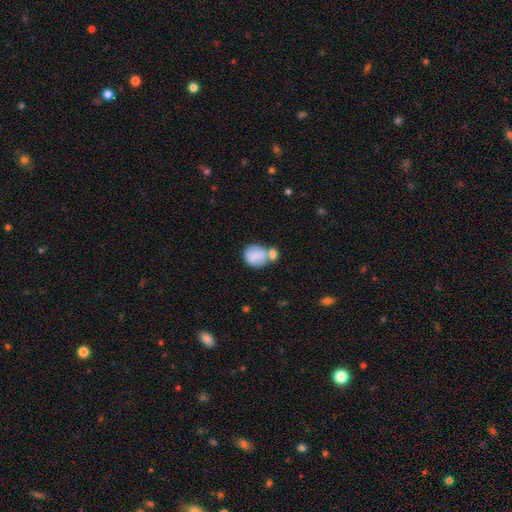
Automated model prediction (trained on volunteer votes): This is clearly a smooth galaxy (81%). How rounded: likely round (65%). Merging: marginally merger (44%).